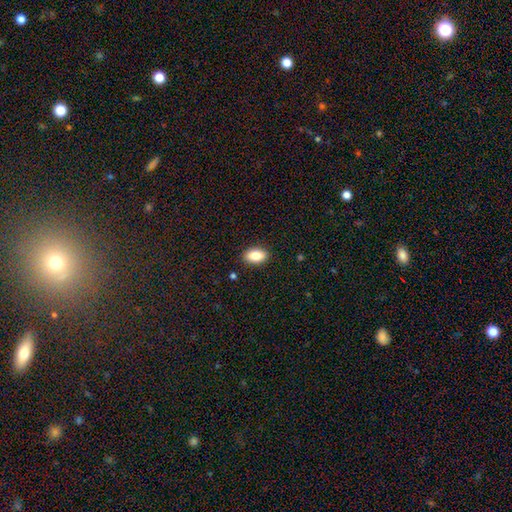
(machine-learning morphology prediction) Smooth or featured: smooth — 85% (star or artifact — 7%)
How rounded: in between — 92% (round — 6%)
Merging: none — 89% (minor disturbance — 8%)